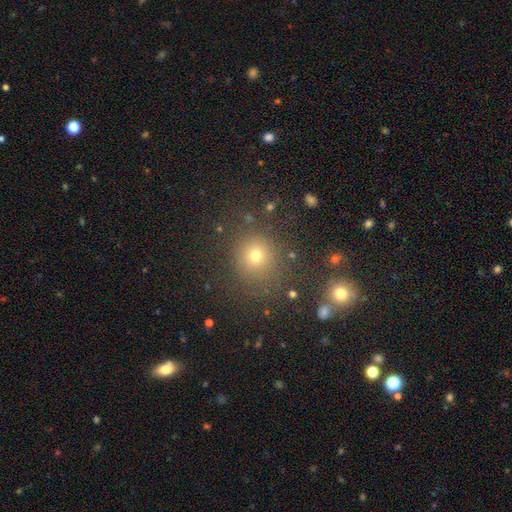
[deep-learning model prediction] Smooth or featured: smooth — 70% (star or artifact — 21%)
How rounded: round — 89% (in between — 10%)
Merging: none — 83% (minor disturbance — 9%)